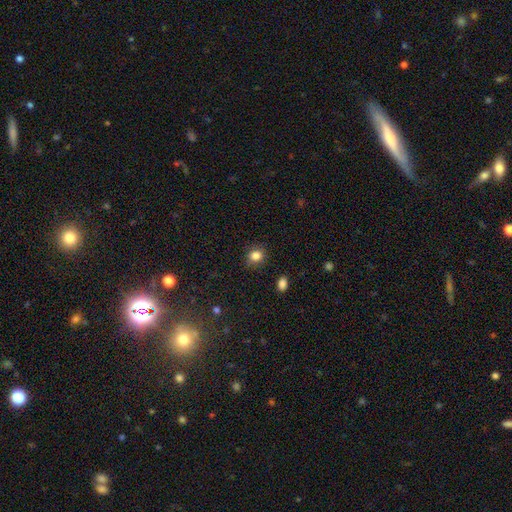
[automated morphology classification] Overall: smooth (84%). How rounded: round (71%). Merging: none (86%).